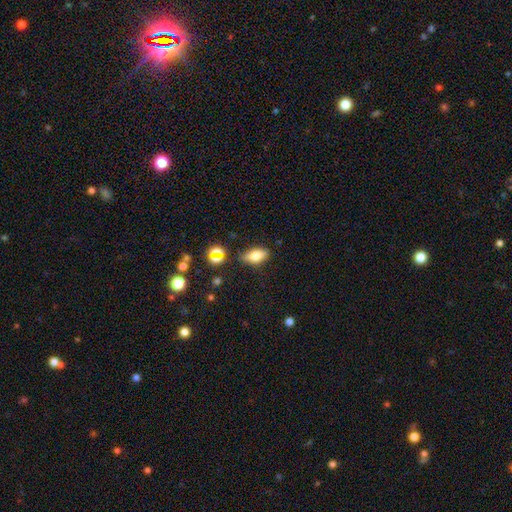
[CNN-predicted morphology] smooth-or-featured: smooth: 74% | featured or disk: 14% | star or artifact: 12%
  how-rounded: in between: 85% | cigar-shaped: 8% | round: 7%
  merging: none: 78% | minor disturbance: 14% | major disturbance: 4% | merger: 4%